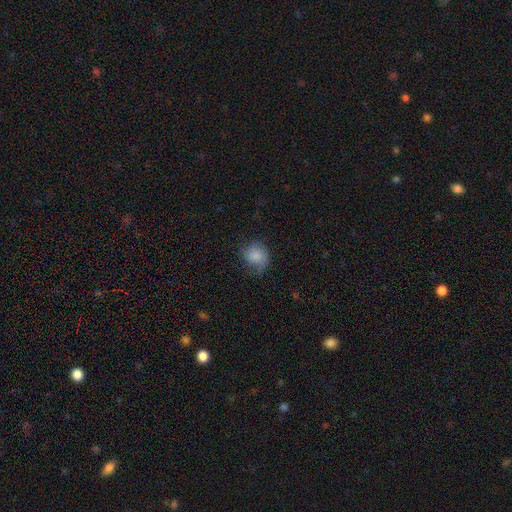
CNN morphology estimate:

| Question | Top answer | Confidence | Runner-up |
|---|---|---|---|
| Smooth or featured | smooth | 74% | featured or disk (18%) |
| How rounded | round | 75% | in between (24%) |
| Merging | none | 55% | minor disturbance (29%) |